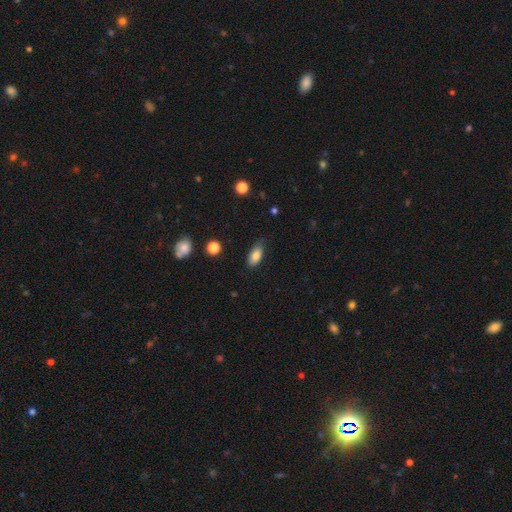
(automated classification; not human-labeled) smooth 83%, featured or disk 9%, star or artifact 8%. Down the decision tree: how rounded — in between (88%); merging — none (72%).